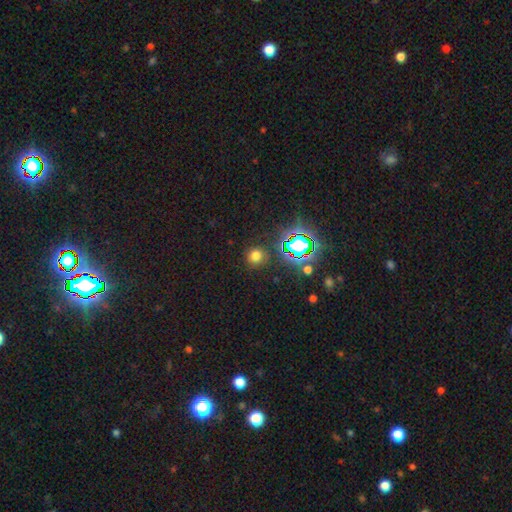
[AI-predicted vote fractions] A smooth galaxy with no disk features (69%) that is round (90%).

Vote fractions:
- Smooth or featured? smooth: 69% / star or artifact: 25% / featured or disk: 6%
- How rounded? round: 90% / in between: 9% / cigar-shaped: 1%
- Merging? none: 86% / minor disturbance: 9% / major disturbance: 3% / merger: 2%